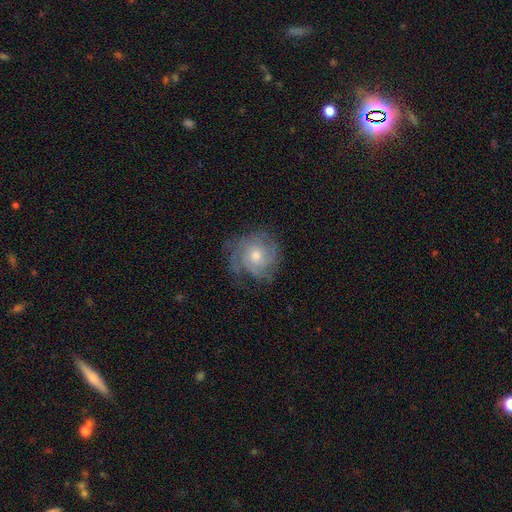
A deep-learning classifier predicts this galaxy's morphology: Smooth or featured?
  - featured or disk: 70% *
  - smooth: 22%
  - star or artifact: 9%
Edge-on disk?
  - no: 97% *
  - yes: 3%
Bar?
  - no: 78% *
  - weak: 19%
  - strong: 2%
Spiral arms?
  - yes: 89% *
  - no: 11%
Spiral winding?
  - tight: 61% *
  - medium: 30%
  - loose: 9%
Spiral arm count?
  - can't tell: 42% *
  - 3: 22%
  - 4: 13%
  - 2: 11%
  - more than 4: 6%
  - 1: 6%
Bulge size?
  - moderate: 65% *
  - small: 27%
  - large: 6%
  - none: 1%
  - dominant: 1%
Merging?
  - none: 68% *
  - minor disturbance: 20%
  - major disturbance: 11%
  - merger: 1%